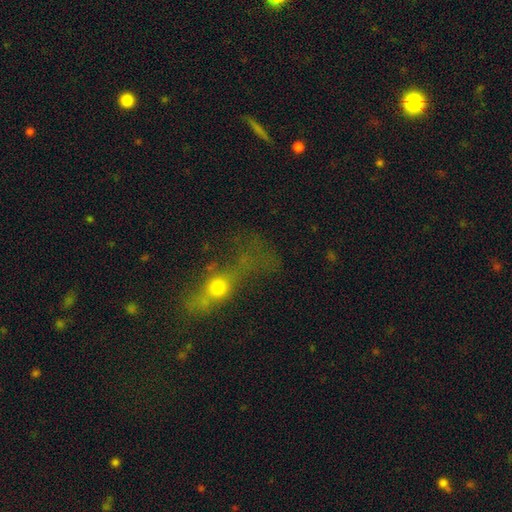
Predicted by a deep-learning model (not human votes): featured or disk 38%, smooth 35%, star or artifact 27%. Down the decision tree: merging — major disturbance (40%).